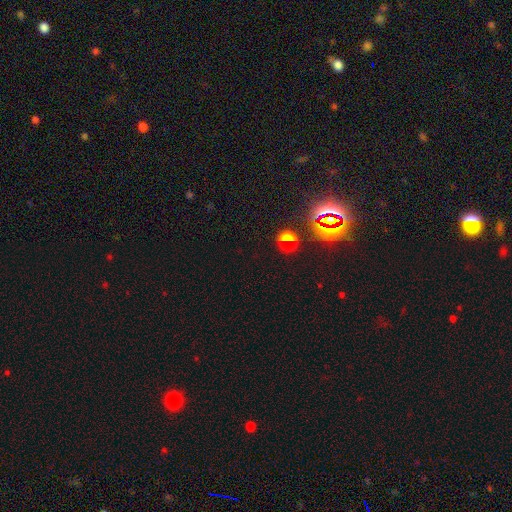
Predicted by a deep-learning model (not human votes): Q: Smooth or featured?
A: star or artifact (61%); runner-up: smooth (31%)